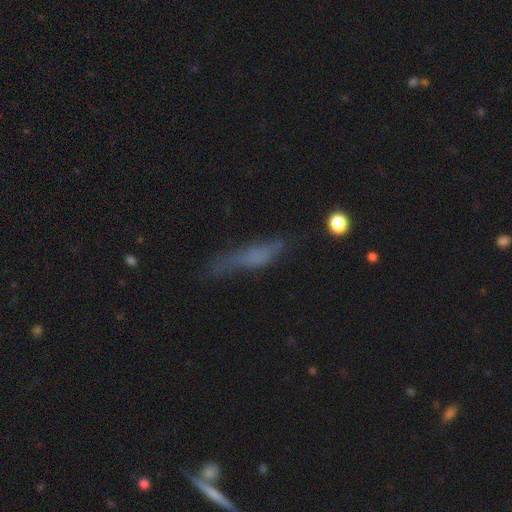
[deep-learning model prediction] This is possibly a smooth galaxy (52%). How rounded: likely cigar-shaped (76%). Merging: possibly none (50%).